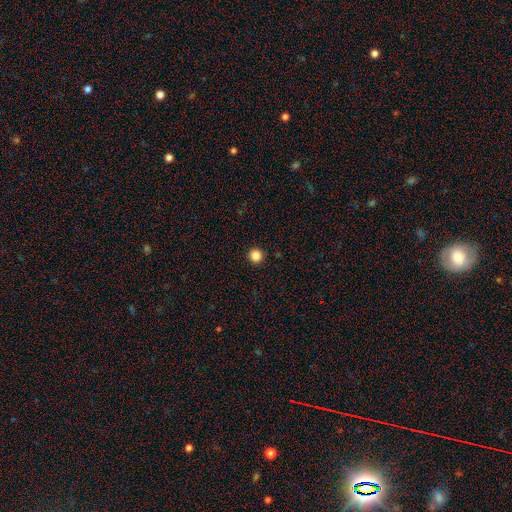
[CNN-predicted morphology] The model was most divided on "smooth or featured": smooth: 86%, star or artifact: 11%, featured or disk: 3%. More confident: how rounded — round (95%); merging — none (93%).